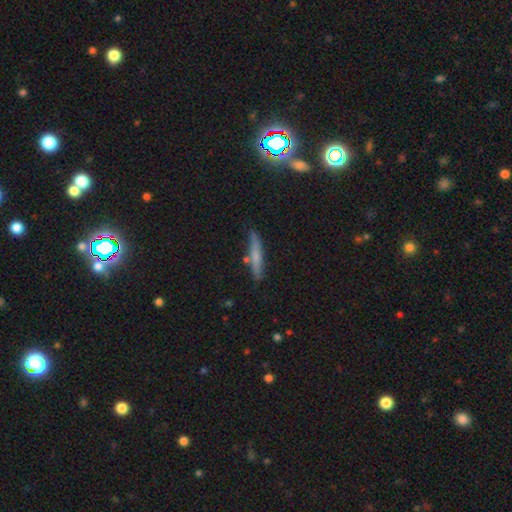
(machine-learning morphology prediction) smooth_or_featured: smooth (p=0.60) [alt: featured or disk p=0.32]
how_rounded: cigar-shaped (p=0.91) [alt: in between p=0.07]
merging: none (p=0.78) [alt: minor disturbance p=0.15]